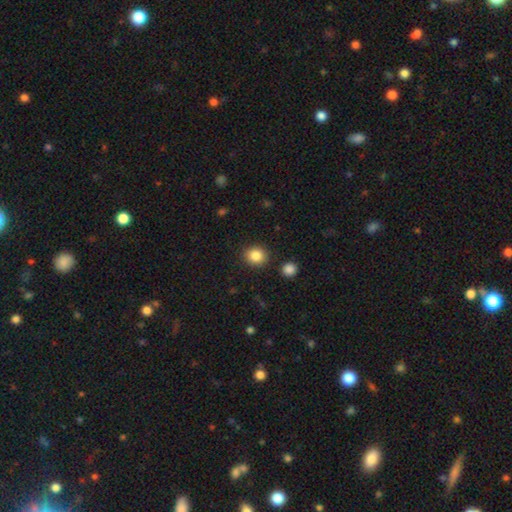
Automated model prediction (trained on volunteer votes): Morphology: type=smooth (86%); roundness=round (78%); merging=none (88%).